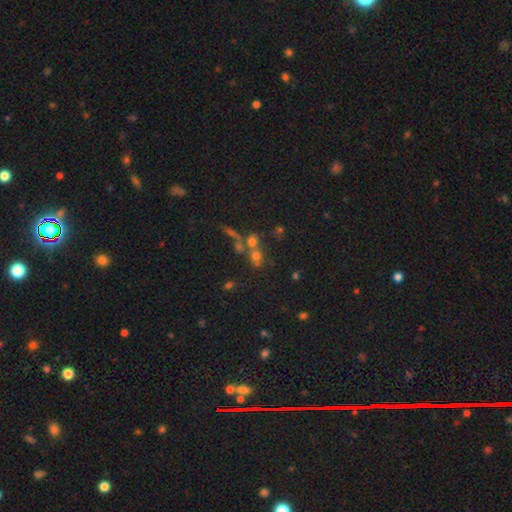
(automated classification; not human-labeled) This is marginally a smooth galaxy (41%). Merging: possibly none (45%).